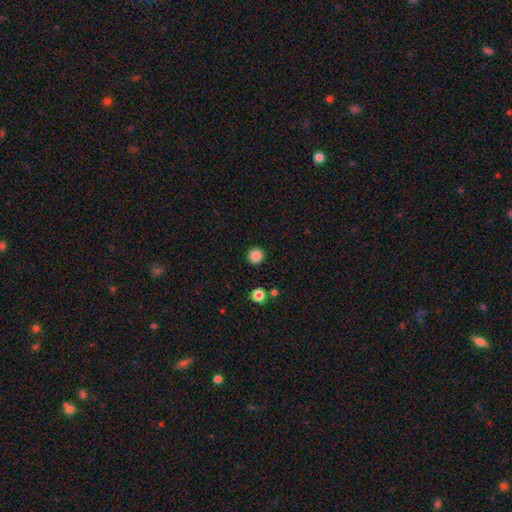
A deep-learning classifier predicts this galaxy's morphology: Smooth or featured? Predicted: smooth (p=0.86). How rounded? Predicted: round (p=0.95). Merging? Predicted: none (p=0.92).